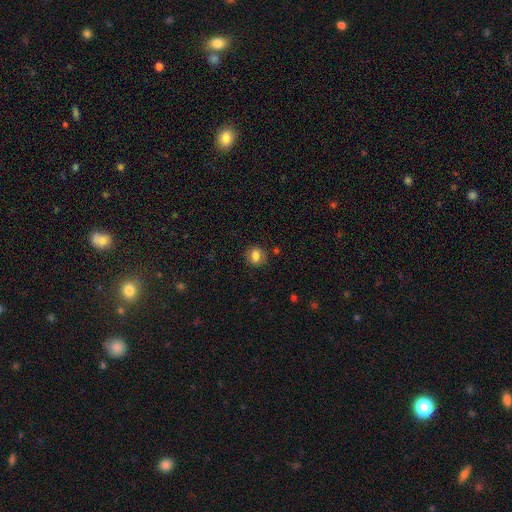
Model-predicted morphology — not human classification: This is clearly a smooth galaxy (82%). How rounded: likely round (73%). Merging: clearly none (85%).